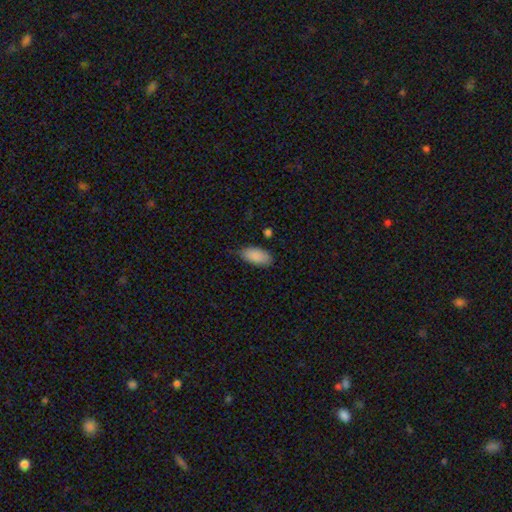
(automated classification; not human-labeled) Smooth or featured? Predicted: smooth (p=0.88). How rounded? Predicted: in between (p=0.93). Merging? Predicted: none (p=0.70).